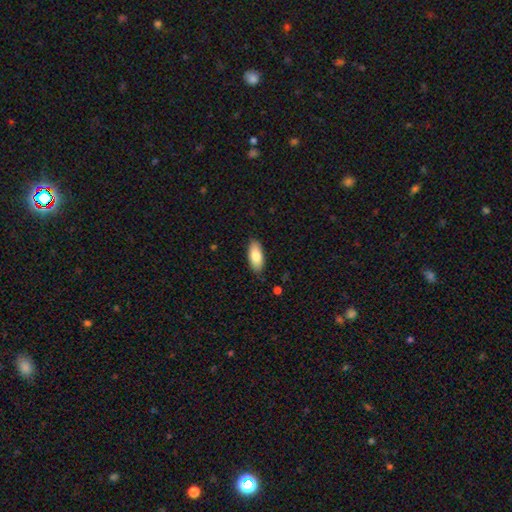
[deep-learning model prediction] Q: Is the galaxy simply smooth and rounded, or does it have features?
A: smooth — 83%.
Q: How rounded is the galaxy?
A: in between — 87%.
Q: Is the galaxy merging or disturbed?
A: none — 87%.